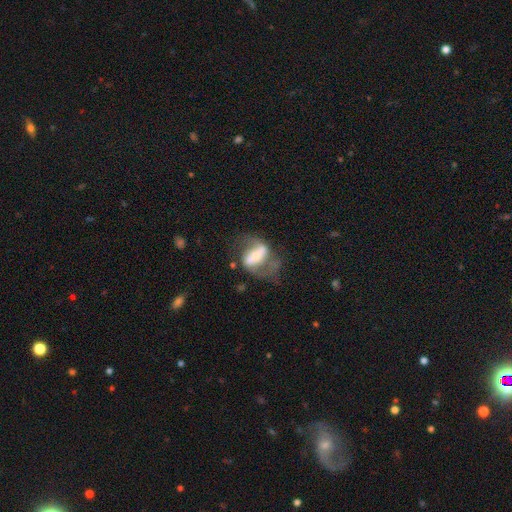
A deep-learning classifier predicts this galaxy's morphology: A featured or disk galaxy (73%) with a strong bar (43%), 2 (86%) loose (49%) spiral arms (79%) and a small central bulge (38%). Merging: none (44%).